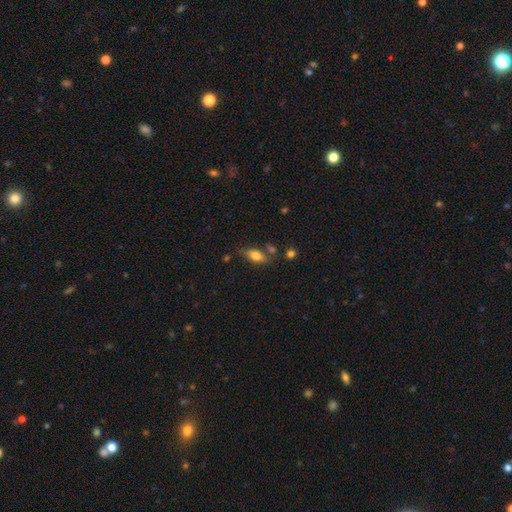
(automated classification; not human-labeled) smooth_or_featured: smooth (p=0.66) [alt: featured or disk p=0.25]
how_rounded: in between (p=0.77) [alt: cigar-shaped p=0.18]
merging: none (p=0.66) [alt: minor disturbance p=0.18]